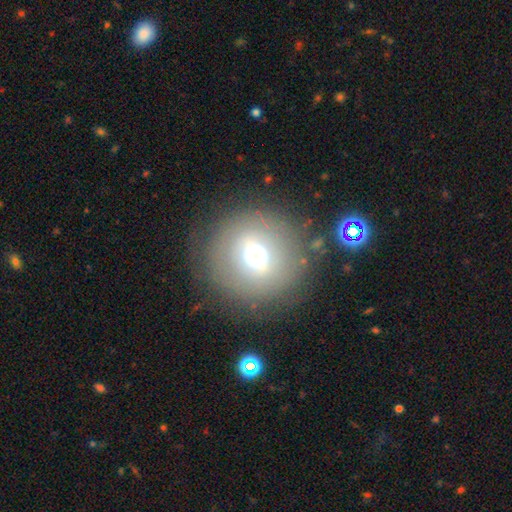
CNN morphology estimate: This is possibly a smooth galaxy (55%). How rounded: clearly round (94%). Merging: clearly none (82%).